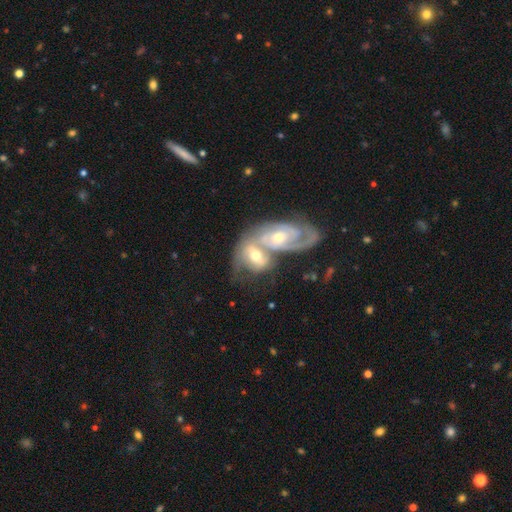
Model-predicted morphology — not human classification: Smooth or featured? featured or disk (74%)
Edge-on disk? no (94%)
Bar? no (50%)
Spiral arms? yes (89%)
Spiral winding? tight (49%)
Spiral arm count? 2 (60%)
Bulge size? moderate (62%)
Merging? merger (73%)